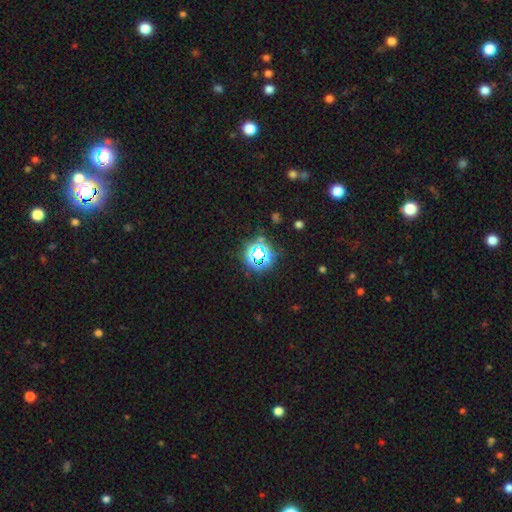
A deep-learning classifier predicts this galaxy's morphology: smooth_or_featured: star or artifact (p=0.74) [alt: smooth p=0.17]